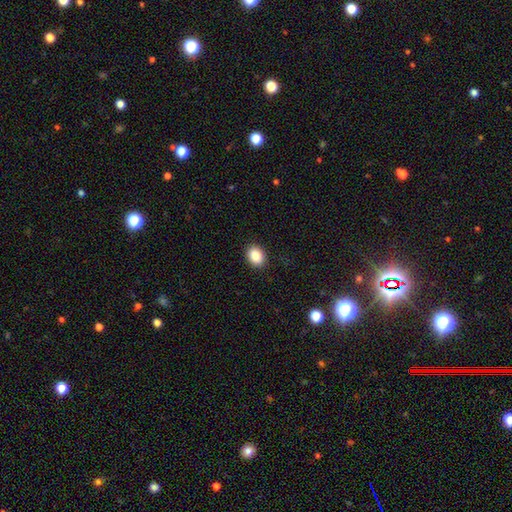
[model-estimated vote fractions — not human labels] smooth_or_featured: smooth (p=0.88) [alt: star or artifact p=0.08]
how_rounded: in between (p=0.62) [alt: round p=0.37]
merging: none (p=0.89) [alt: minor disturbance p=0.08]